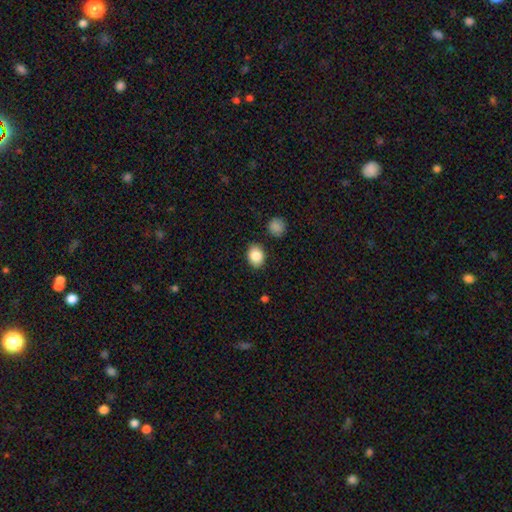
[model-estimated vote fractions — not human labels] Smooth or featured? Predicted: smooth (p=0.86). How rounded? Predicted: in between (p=0.62). Merging? Predicted: none (p=0.86).